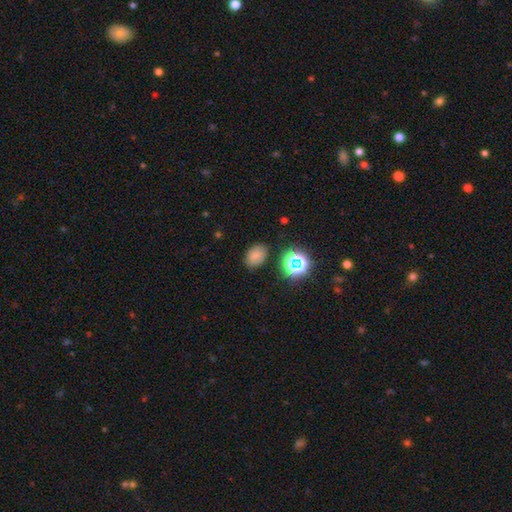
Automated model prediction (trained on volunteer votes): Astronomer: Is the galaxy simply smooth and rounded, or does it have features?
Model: smooth — 73%.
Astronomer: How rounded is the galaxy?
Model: in between — 72%.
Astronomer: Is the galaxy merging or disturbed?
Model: none — 81%.